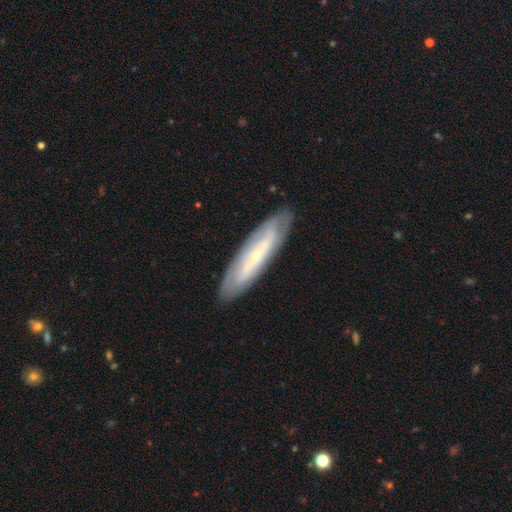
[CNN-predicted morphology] Overall: featured or disk (67%). Edge-on disk: no (63%; yes 37%). Merging: none (84%).